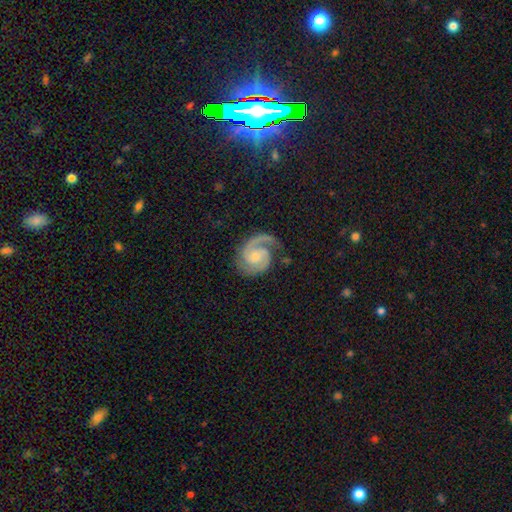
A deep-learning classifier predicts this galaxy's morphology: Q: Smooth or featured?
A: featured or disk (91%); runner-up: smooth (5%)
Q: Edge-on disk?
A: no (98%); runner-up: yes (2%)
Q: Bar?
A: no (67%); runner-up: weak (28%)
Q: Spiral arms?
A: yes (98%); runner-up: no (2%)
Q: Spiral winding?
A: tight (46%); runner-up: medium (45%)
Q: Spiral arm count?
A: 2 (81%); runner-up: 1 (11%)
Q: Bulge size?
A: small (53%); runner-up: moderate (32%)
Q: Merging?
A: none (70%); runner-up: minor disturbance (19%)